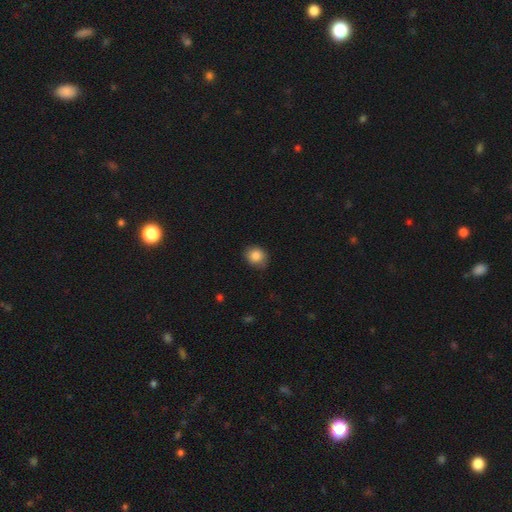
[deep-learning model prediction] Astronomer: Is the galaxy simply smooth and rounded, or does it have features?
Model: smooth — 84%.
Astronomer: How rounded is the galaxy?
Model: round — 69%.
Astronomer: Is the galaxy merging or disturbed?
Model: none — 77%.